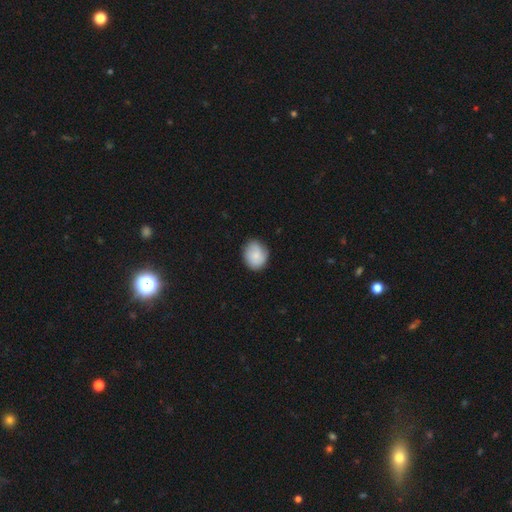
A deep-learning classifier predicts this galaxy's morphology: Overall: smooth (79%). How rounded: round (59%; in between 40%). Merging: none (81%).